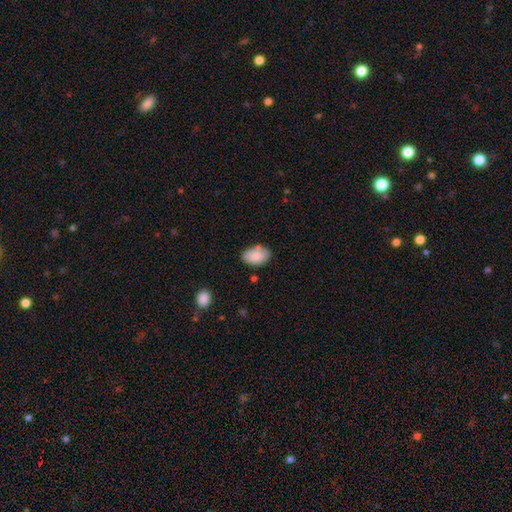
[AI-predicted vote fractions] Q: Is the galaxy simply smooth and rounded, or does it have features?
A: smooth — 87%.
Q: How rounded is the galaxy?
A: in between — 91%.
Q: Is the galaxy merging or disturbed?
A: none — 72%.